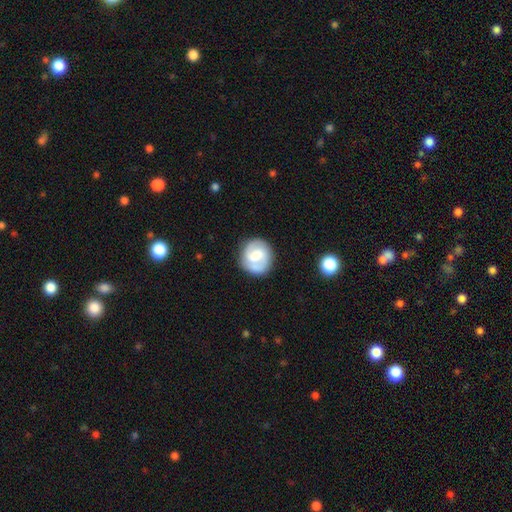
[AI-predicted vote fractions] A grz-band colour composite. It shows a featured or disk galaxy (65%) with a weak bar (53%), 2 (81%) medium (46%) spiral arms (90%) and a moderate central bulge (48%). Merging: none (81%).